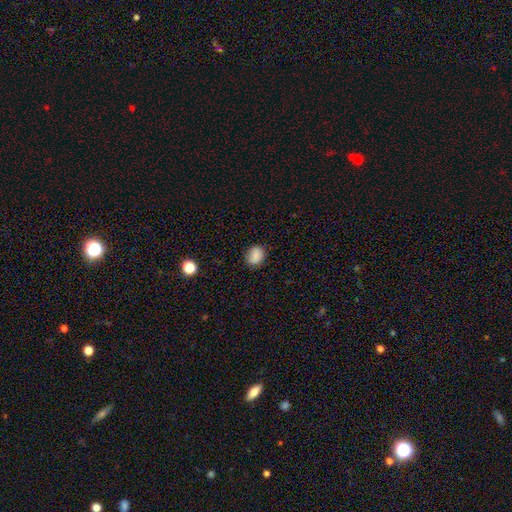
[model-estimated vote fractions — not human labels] This is clearly a smooth galaxy (86%). How rounded: possibly in between (50%). Merging: clearly none (81%).